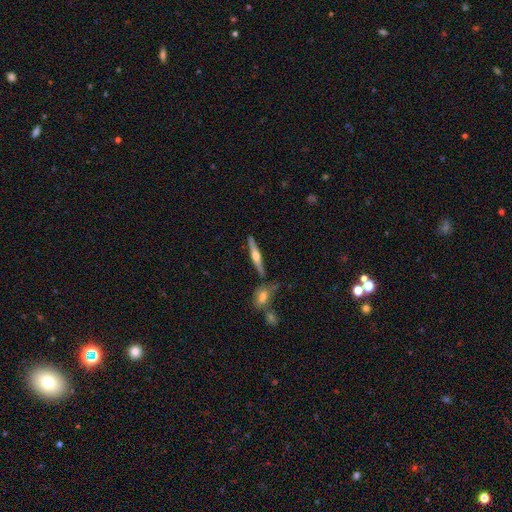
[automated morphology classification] A featured or disk galaxy (67%) viewed edge-on (97%) with a rounded central bulge (90%). Merging: none (80%).